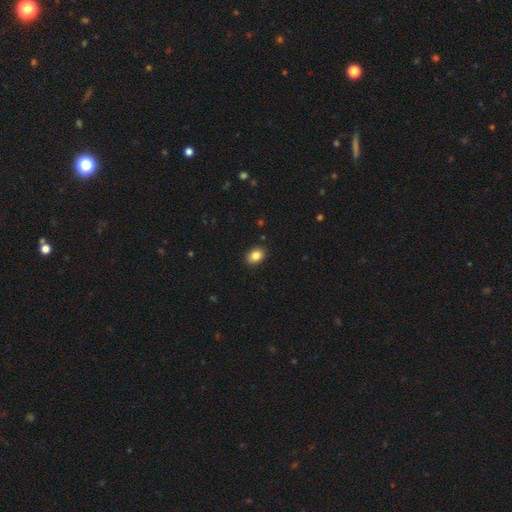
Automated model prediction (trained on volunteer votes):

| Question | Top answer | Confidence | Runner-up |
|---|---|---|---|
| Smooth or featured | smooth | 85% | star or artifact (9%) |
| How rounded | in between | 69% | round (30%) |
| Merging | none | 90% | minor disturbance (7%) |